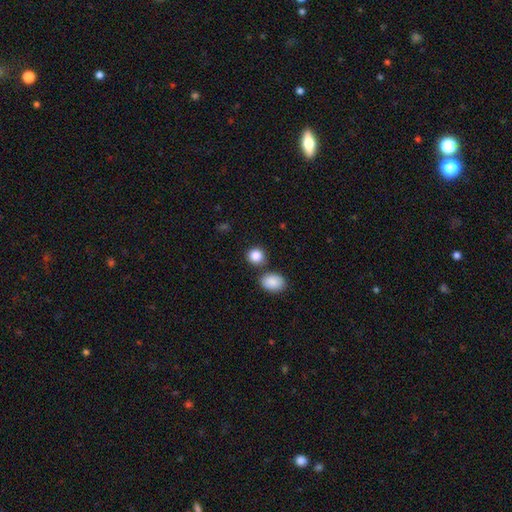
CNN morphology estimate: smooth_or_featured: smooth (p=0.86) [alt: star or artifact p=0.09]
how_rounded: round (p=0.81) [alt: in between p=0.18]
merging: none (p=0.76) [alt: merger p=0.12]